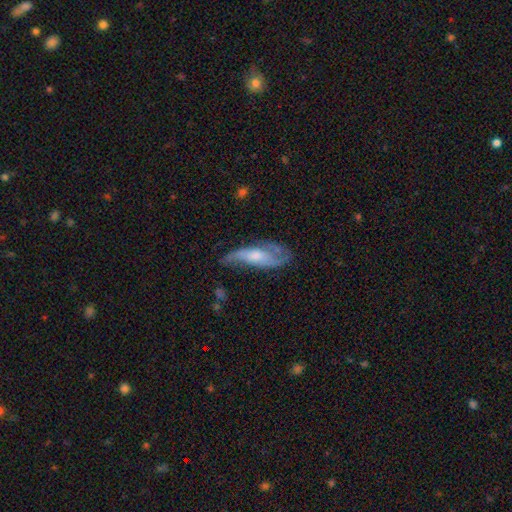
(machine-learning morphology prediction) A featured or disk galaxy (68%) with no bar (61%), spiral arms (85%) and a moderate central bulge (46%). Merging: none (49%).